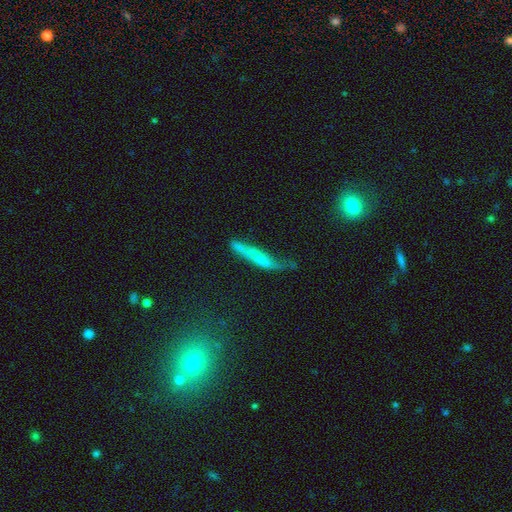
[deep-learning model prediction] Overall: smooth (51%; featured or disk 38%). How rounded: cigar-shaped (89%). Merging: none (46%; minor disturbance 29%).